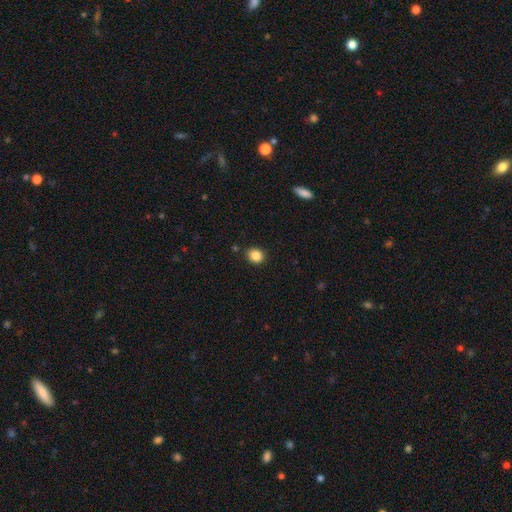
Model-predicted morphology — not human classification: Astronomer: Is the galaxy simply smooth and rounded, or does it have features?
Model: smooth — 85%.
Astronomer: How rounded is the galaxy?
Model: round — 74%.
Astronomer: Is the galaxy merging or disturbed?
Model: none — 89%.